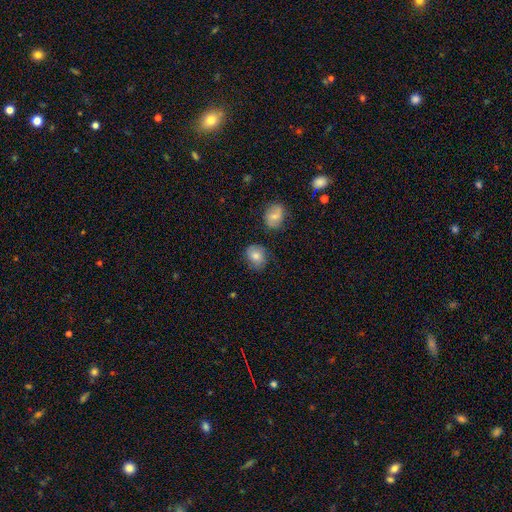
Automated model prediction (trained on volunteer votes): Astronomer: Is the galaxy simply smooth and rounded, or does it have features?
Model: smooth — 77%.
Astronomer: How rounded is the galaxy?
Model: round — 62%.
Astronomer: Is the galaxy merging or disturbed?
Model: none — 74%.